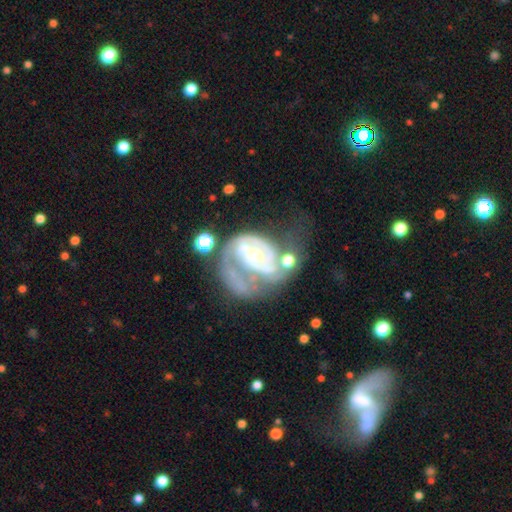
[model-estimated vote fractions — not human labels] featured or disk 85%, smooth 9%, star or artifact 6%. Down the decision tree: edge-on disk — no (98%); bar — no (75%); spiral arms — yes (87%); spiral arm count — 2 (38%); spiral winding — tight (51%); bulge size — moderate (52%); merging — major disturbance (37%).